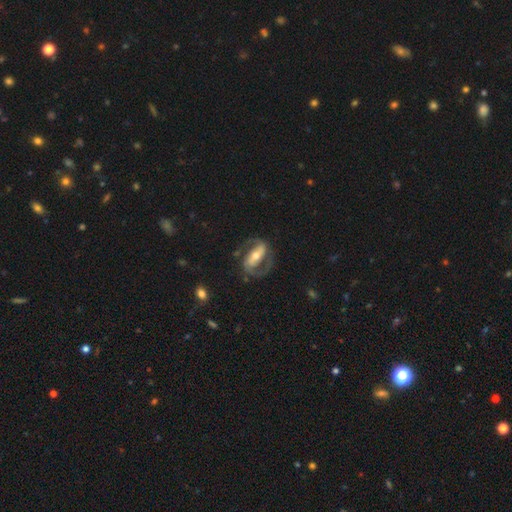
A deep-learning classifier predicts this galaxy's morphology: featured or disk 84%, smooth 11%, star or artifact 5%. Down the decision tree: edge-on disk — no (96%); bar — strong (58%); spiral arms — yes (92%); spiral arm count — 2 (89%); spiral winding — medium (53%); bulge size — moderate (56%); merging — none (71%).